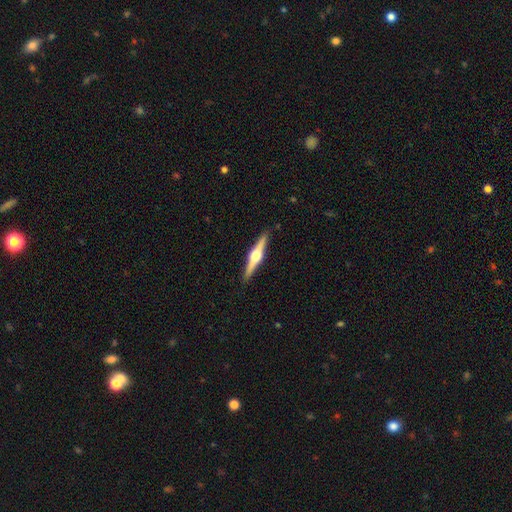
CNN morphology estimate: Smooth or featured? featured or disk (79%)
Edge-on disk? yes (98%)
Edge-on bulge? rounded (95%)
Merging? none (91%)